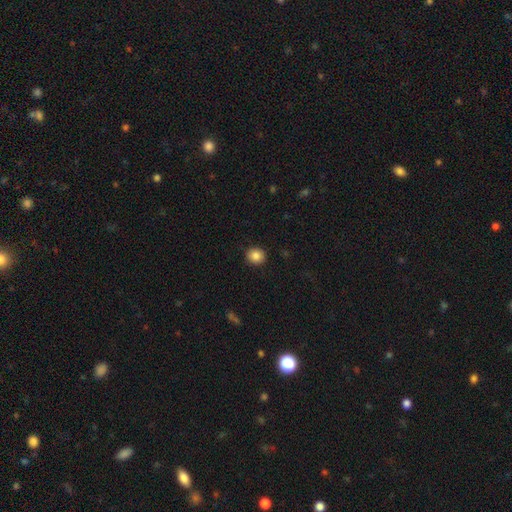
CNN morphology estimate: Smooth or featured? smooth (86%)
How rounded? round (85%)
Merging? none (91%)